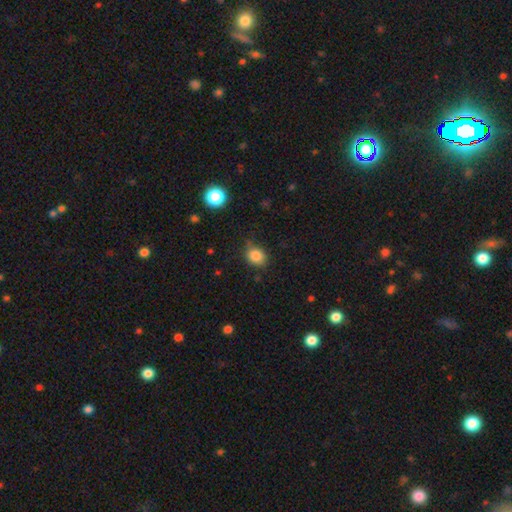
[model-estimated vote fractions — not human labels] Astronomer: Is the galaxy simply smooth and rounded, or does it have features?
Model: smooth — 84%.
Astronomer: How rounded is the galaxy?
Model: round — 55% (runner-up: in between, 44%).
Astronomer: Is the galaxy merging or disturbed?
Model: none — 71%.